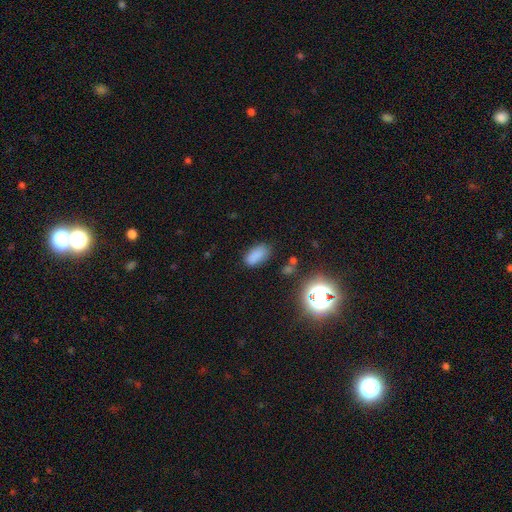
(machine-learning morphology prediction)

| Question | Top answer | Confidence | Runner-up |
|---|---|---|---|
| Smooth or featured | smooth | 81% | star or artifact (13%) |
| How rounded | in between | 91% | cigar-shaped (4%) |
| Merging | none | 78% | minor disturbance (15%) |